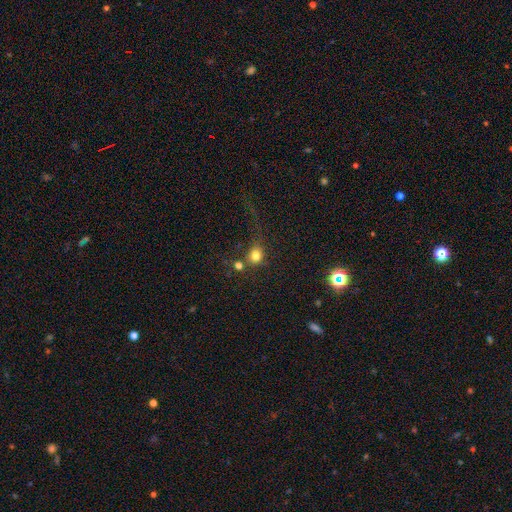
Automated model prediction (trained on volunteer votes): Overall: smooth (76%). How rounded: round (74%). Merging: none (52%; merger 21%).